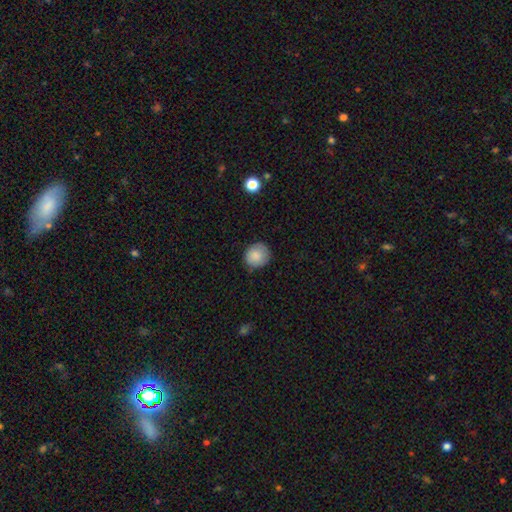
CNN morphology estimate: A smooth galaxy with no disk features (85%) that is round (88%).

Vote fractions:
- Smooth or featured? smooth: 85% / star or artifact: 8% / featured or disk: 7%
- How rounded? round: 88% / in between: 11% / cigar-shaped: 1%
- Merging? none: 81% / minor disturbance: 15% / major disturbance: 3% / merger: 1%